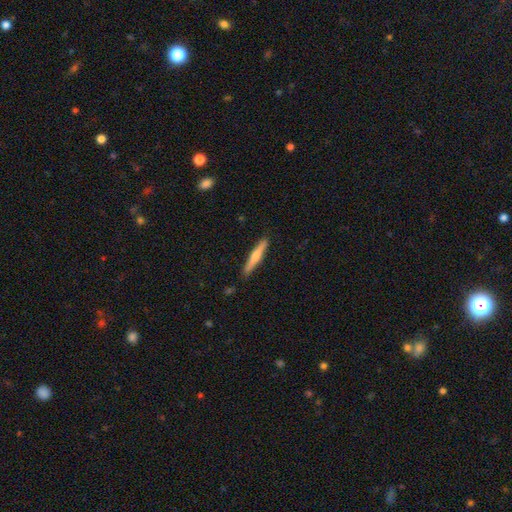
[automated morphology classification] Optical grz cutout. It shows a smooth galaxy with no disk features (55%) that is cigar-shaped (94%). Merging: none (88%).